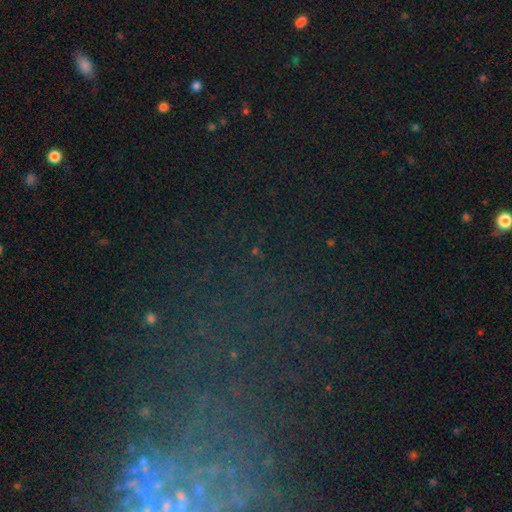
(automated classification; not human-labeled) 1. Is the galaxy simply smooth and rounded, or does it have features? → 78% star or artifact, 13% smooth, 9% featured or disk.